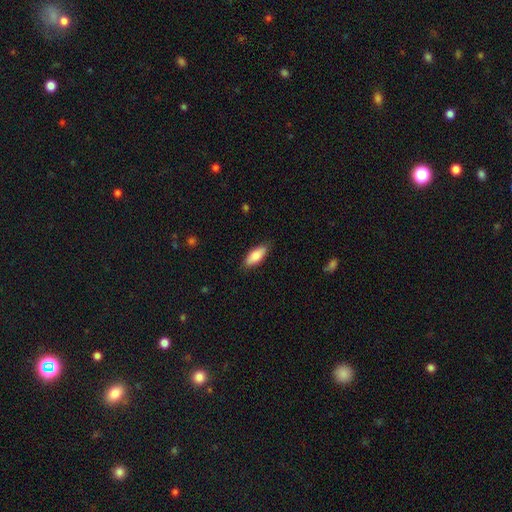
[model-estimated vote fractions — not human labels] Smooth or featured: smooth — 83% (featured or disk — 11%)
How rounded: in between — 80% (cigar-shaped — 18%)
Merging: none — 84% (minor disturbance — 13%)